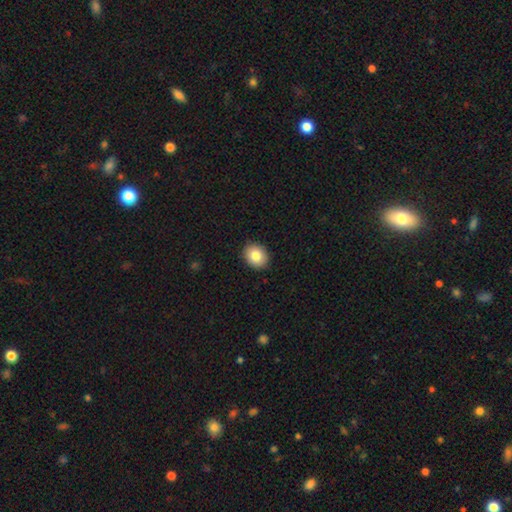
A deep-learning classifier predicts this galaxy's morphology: Smooth or featured?
  - smooth: 82% *
  - featured or disk: 9%
  - star or artifact: 9%
How rounded?
  - round: 51% *
  - in between: 48%
  - cigar-shaped: 1%
Merging?
  - none: 91% *
  - minor disturbance: 7%
  - major disturbance: 2%
  - merger: 1%